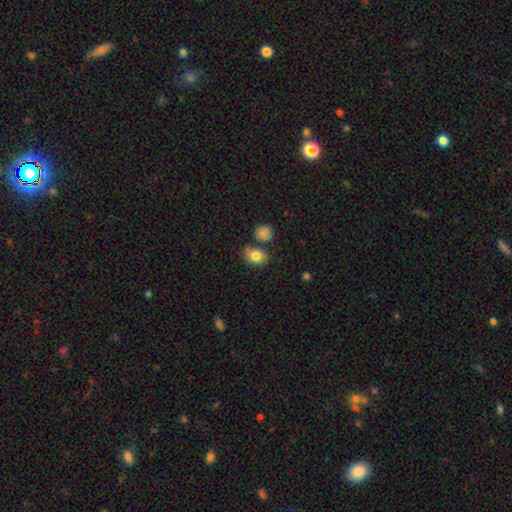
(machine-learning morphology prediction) The model was most divided on "how rounded": in between: 55%, round: 43%, cigar-shaped: 1%. More confident: smooth or featured — smooth (82%); merging — none (65%).